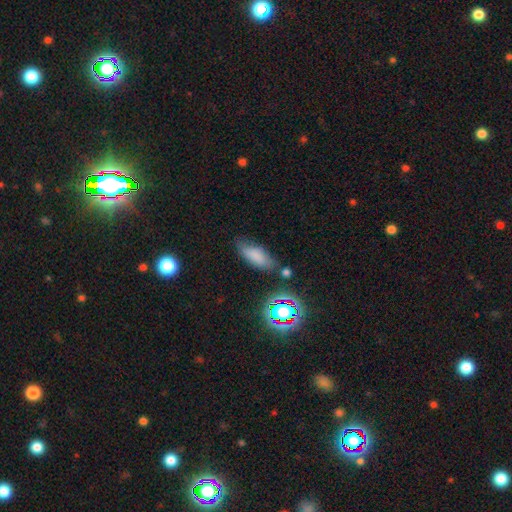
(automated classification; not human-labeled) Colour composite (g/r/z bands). It shows a smooth galaxy with no disk features (75%) that is in between round and cigar-shaped (73%). Merging: none (66%).